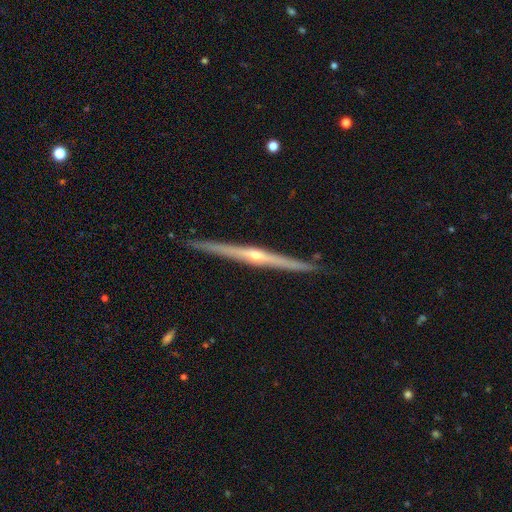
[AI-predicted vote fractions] The model was most divided on "edge-on bulge": rounded: 83%, none: 13%, boxy: 4%. More confident: edge-on disk — yes (98%); merging — none (91%); smooth or featured — featured or disk (85%).